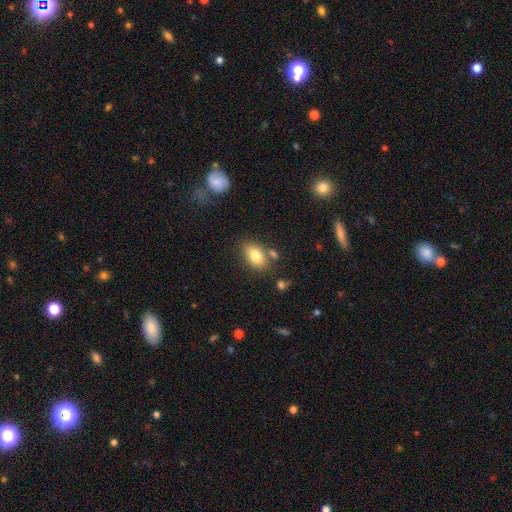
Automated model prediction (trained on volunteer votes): Smooth or featured? Predicted: smooth (p=0.80). How rounded? Predicted: in between (p=0.88). Merging? Predicted: none (p=0.71).